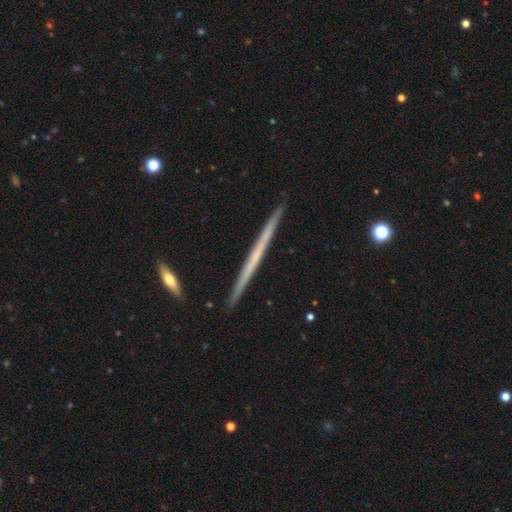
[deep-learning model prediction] Q: Smooth or featured?
A: featured or disk (64%); runner-up: smooth (30%)
Q: Edge-on disk?
A: yes (98%); runner-up: no (2%)
Q: Edge-on bulge?
A: none (90%); runner-up: rounded (7%)
Q: Merging?
A: none (92%); runner-up: minor disturbance (6%)